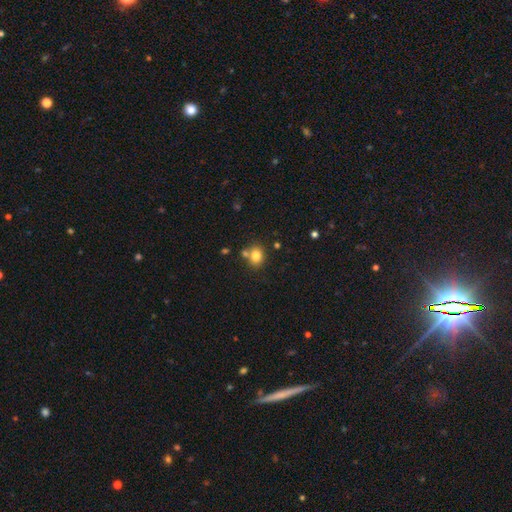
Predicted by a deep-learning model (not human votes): Morphology: type=smooth (80%); roundness=round (56%); merging=none (63%).